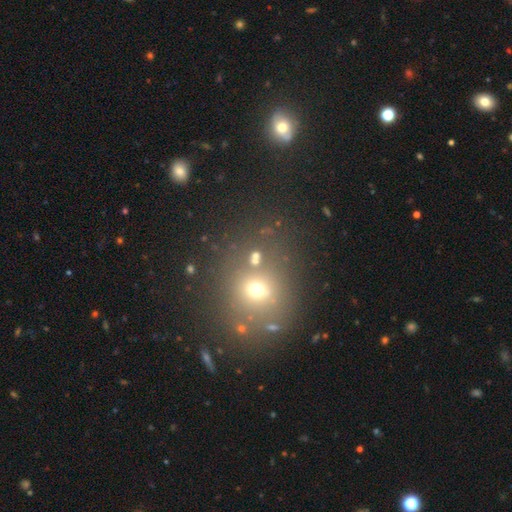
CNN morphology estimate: This appears to be a smooth galaxy with no disk features (58%) that is round (81%). Merging: none (71%).